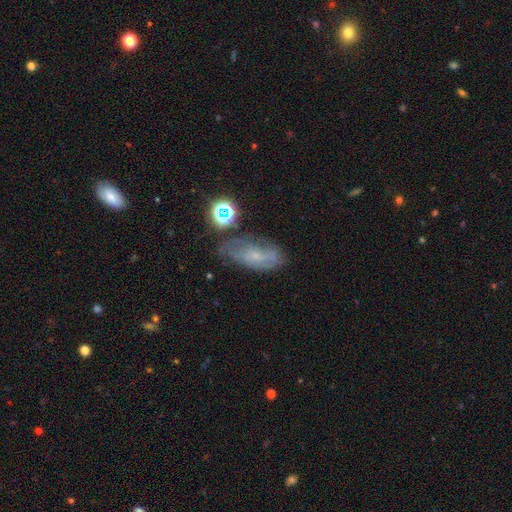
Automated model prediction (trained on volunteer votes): featured or disk 44%, smooth 40%, star or artifact 16%. Down the decision tree: merging — none (52%).